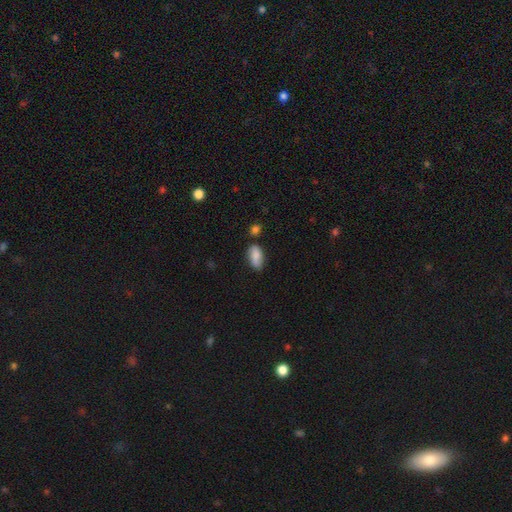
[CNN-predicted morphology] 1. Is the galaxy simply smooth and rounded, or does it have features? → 81% smooth, 11% featured or disk, 8% star or artifact.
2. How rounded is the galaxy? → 89% in between, 7% cigar-shaped, 4% round.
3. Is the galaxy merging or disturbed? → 66% none, 23% minor disturbance, 6% merger, 5% major disturbance.